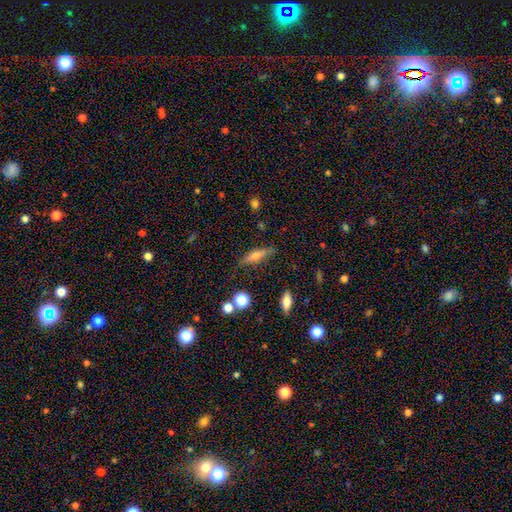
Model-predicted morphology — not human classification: Smooth or featured? Predicted: smooth (p=0.47). Merging? Predicted: none (p=0.80).